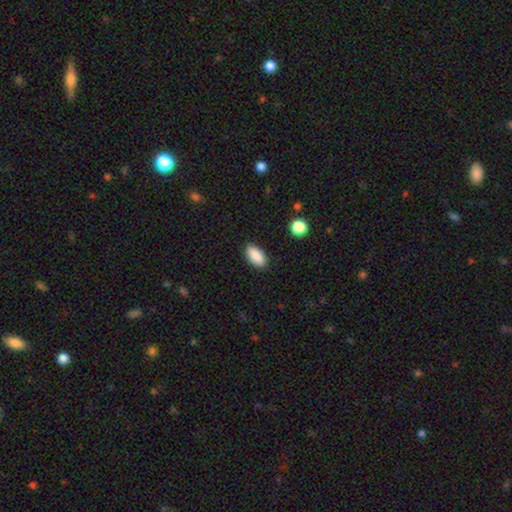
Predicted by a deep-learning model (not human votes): Smooth or featured: smooth — 90% (star or artifact — 7%)
How rounded: in between — 93% (cigar-shaped — 4%)
Merging: none — 88% (minor disturbance — 8%)